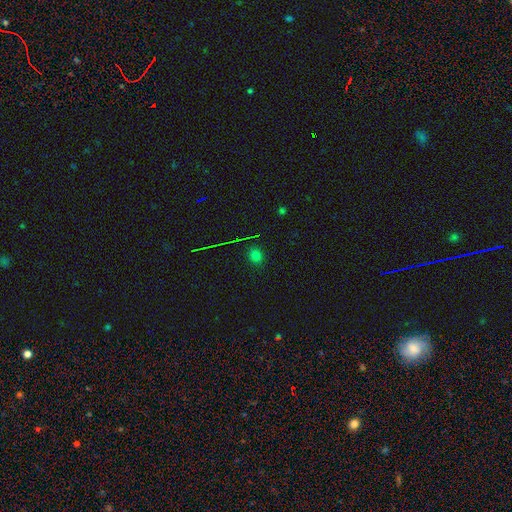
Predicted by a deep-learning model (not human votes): smooth-or-featured: smooth: 69% | star or artifact: 24% | featured or disk: 6%
  how-rounded: round: 64% | in between: 35% | cigar-shaped: 2%
  merging: none: 86% | minor disturbance: 10% | major disturbance: 3% | merger: 2%